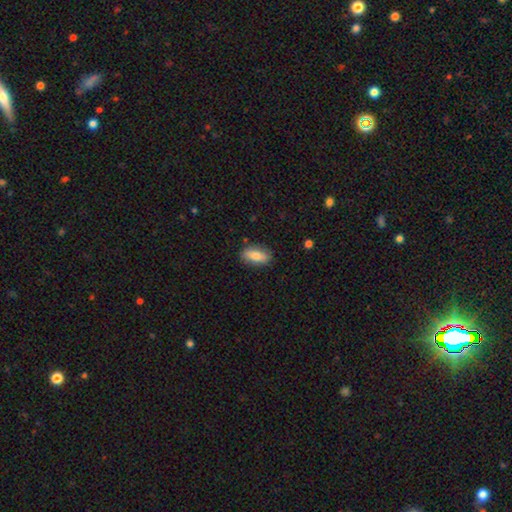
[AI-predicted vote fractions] Smooth or featured?
  - smooth: 77% *
  - featured or disk: 17%
  - star or artifact: 7%
How rounded?
  - in between: 85% *
  - cigar-shaped: 11%
  - round: 4%
Merging?
  - none: 85% *
  - minor disturbance: 12%
  - major disturbance: 2%
  - merger: 1%